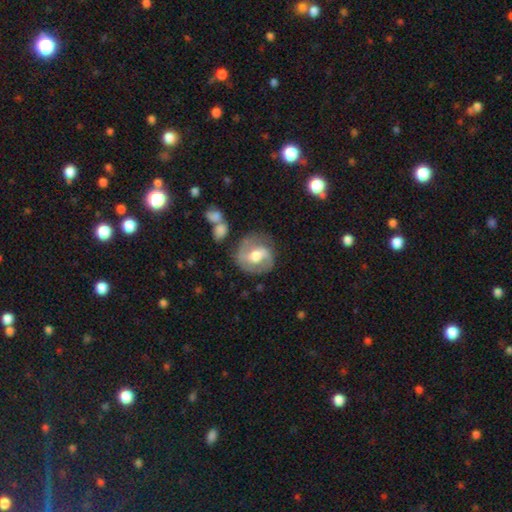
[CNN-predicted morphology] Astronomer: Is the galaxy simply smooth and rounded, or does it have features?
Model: featured or disk — 68%.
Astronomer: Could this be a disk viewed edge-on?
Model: no — 97%.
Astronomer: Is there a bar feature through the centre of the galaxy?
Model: weak — 47% (runner-up: strong, 29%).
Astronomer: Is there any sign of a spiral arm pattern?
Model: yes — 82%.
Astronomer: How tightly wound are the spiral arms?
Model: medium — 48% (runner-up: tight, 28%).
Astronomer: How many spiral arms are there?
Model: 2 — 80%.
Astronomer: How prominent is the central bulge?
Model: moderate — 71%.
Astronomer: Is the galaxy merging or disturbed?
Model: none — 70%.